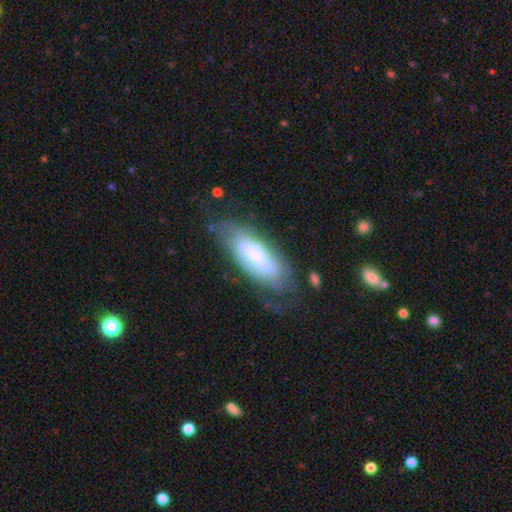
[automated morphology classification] A featured or disk galaxy (51%).

Vote fractions:
- Smooth or featured? featured or disk: 51% / smooth: 41% / star or artifact: 7%
- Edge-on disk? no: 83% / yes: 17%
- Merging? none: 56% / minor disturbance: 27% / major disturbance: 14% / merger: 4%